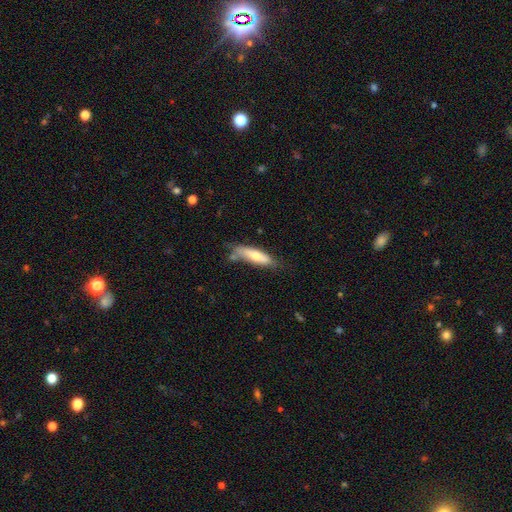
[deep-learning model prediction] Smooth or featured? smooth (62%)
How rounded? cigar-shaped (62%)
Merging? none (62%)